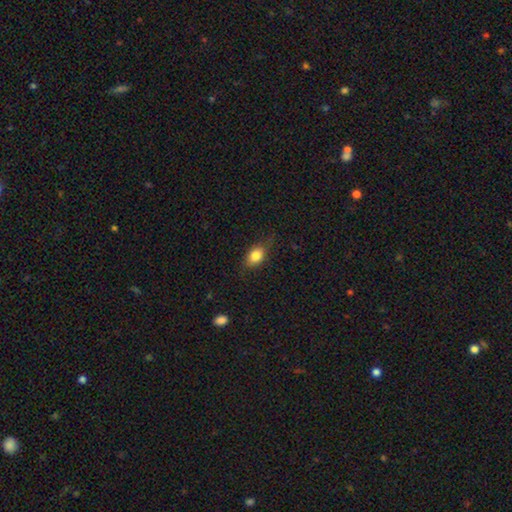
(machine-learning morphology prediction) This is clearly a smooth galaxy (81%). How rounded: likely in between (77%). Merging: likely none (72%).